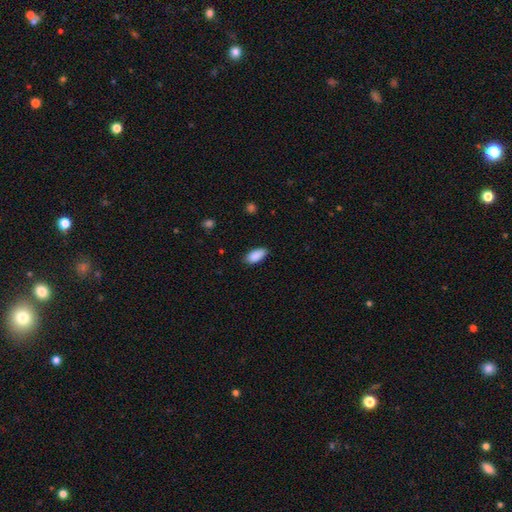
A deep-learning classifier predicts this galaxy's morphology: Smooth or featured: smooth — 89% (star or artifact — 7%)
How rounded: in between — 91% (cigar-shaped — 7%)
Merging: none — 83% (minor disturbance — 14%)